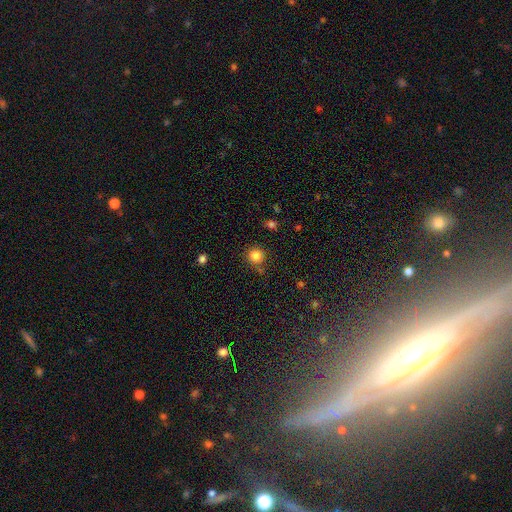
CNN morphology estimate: This appears to be a smooth galaxy with no disk features (84%) that is round (93%). Merging: none (80%).